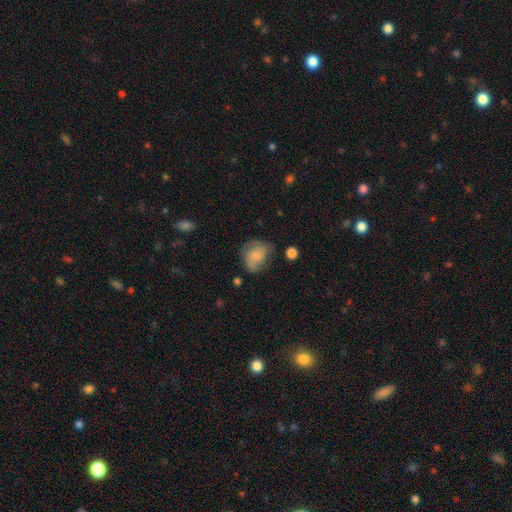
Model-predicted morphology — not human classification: smooth_or_featured: smooth (p=0.48) [alt: featured or disk p=0.44]
merging: none (p=0.55) [alt: minor disturbance p=0.27]